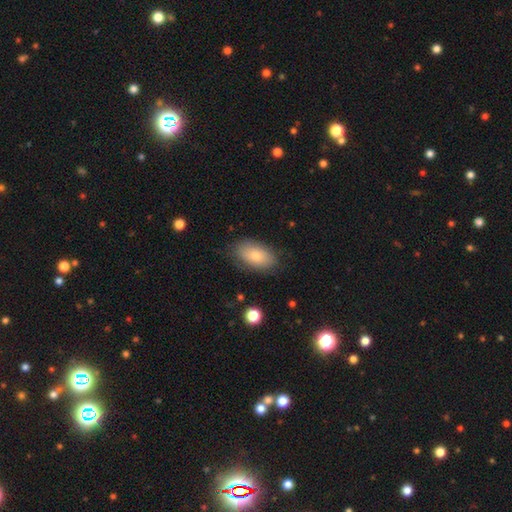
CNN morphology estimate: Q: Smooth or featured?
A: smooth (80%); runner-up: featured or disk (13%)
Q: How rounded?
A: in between (94%); runner-up: round (4%)
Q: Merging?
A: none (78%); runner-up: minor disturbance (16%)